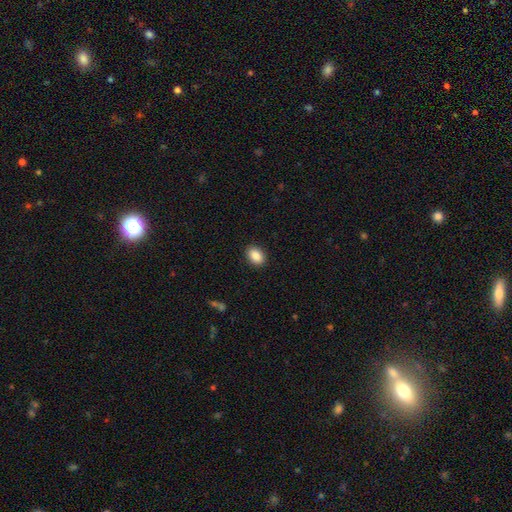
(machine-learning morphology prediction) smooth_or_featured: smooth (p=0.88) [alt: star or artifact p=0.07]
how_rounded: in between (p=0.82) [alt: round p=0.17]
merging: none (p=0.90) [alt: minor disturbance p=0.07]